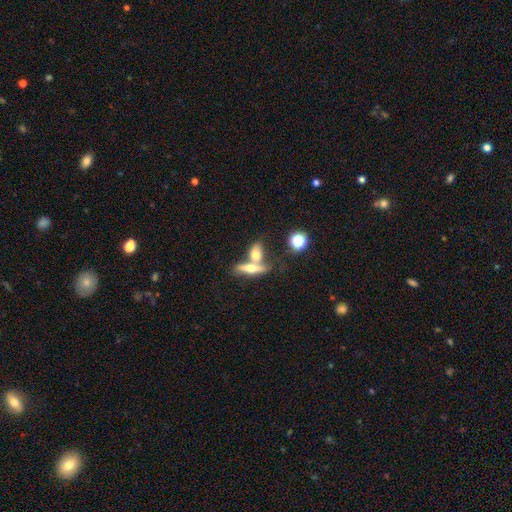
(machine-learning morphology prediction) A smooth galaxy with no disk features (42%). Merging: none (43%).